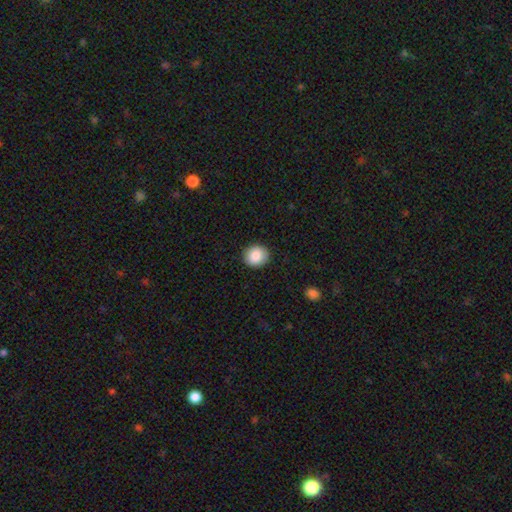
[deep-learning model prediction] The model was most divided on "how rounded": round: 79%, in between: 20%, cigar-shaped: 1%. More confident: merging — none (91%); smooth or featured — smooth (87%).